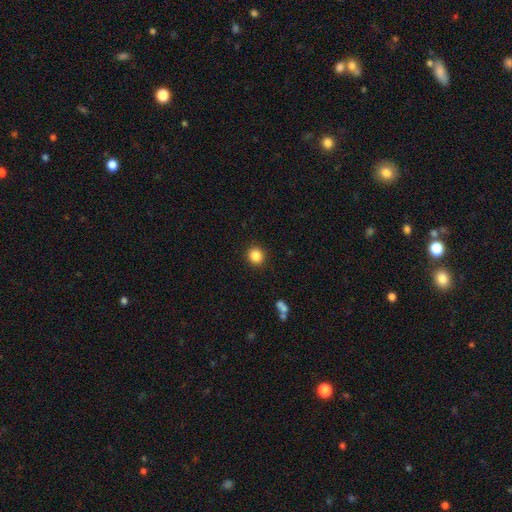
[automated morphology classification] This appears to be a smooth galaxy with no disk features (86%) that is round (89%). Merging: none (92%).